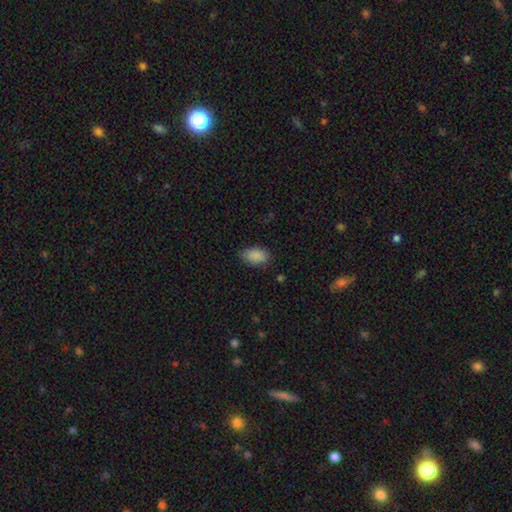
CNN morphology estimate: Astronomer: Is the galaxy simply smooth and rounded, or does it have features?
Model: smooth — 89%.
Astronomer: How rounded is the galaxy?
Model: in between — 91%.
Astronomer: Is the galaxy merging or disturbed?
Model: none — 82%.